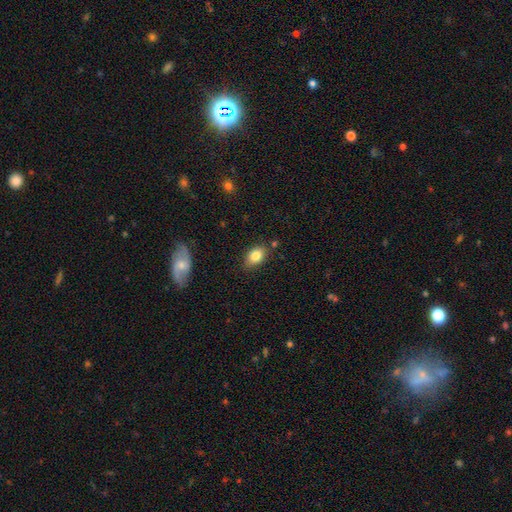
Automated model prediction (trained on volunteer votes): Smooth or featured?
  - smooth: 82% *
  - featured or disk: 10%
  - star or artifact: 8%
How rounded?
  - in between: 84% *
  - round: 14%
  - cigar-shaped: 2%
Merging?
  - none: 80% *
  - minor disturbance: 14%
  - merger: 3%
  - major disturbance: 3%